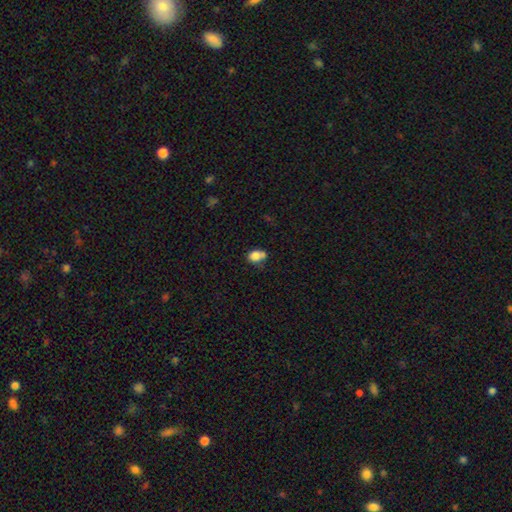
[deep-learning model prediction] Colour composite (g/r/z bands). It shows a smooth galaxy with no disk features (79%) that is in between round and cigar-shaped (56%). Merging: none (42%).